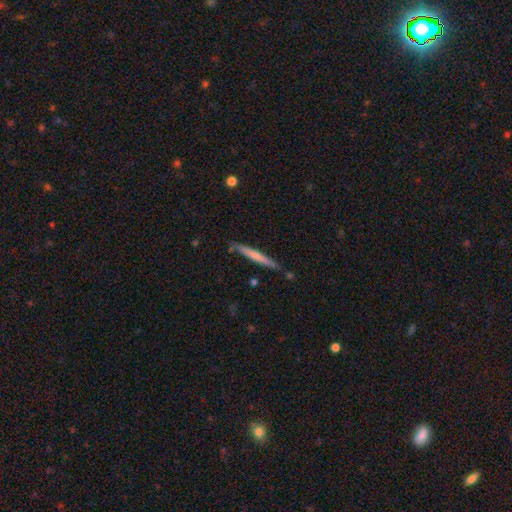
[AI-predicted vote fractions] Smooth or featured: smooth — 58% (featured or disk — 37%)
How rounded: cigar-shaped — 96% (in between — 2%)
Merging: none — 83% (minor disturbance — 12%)